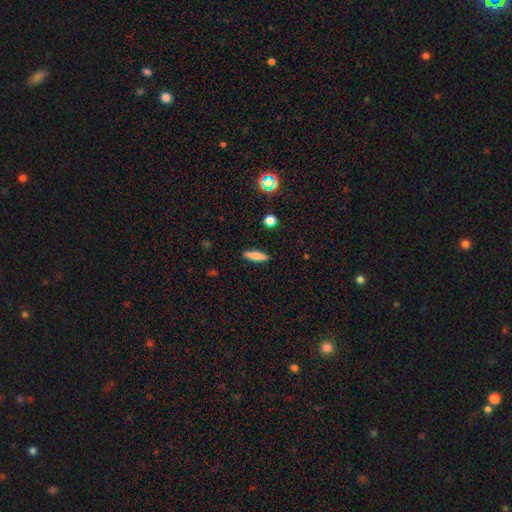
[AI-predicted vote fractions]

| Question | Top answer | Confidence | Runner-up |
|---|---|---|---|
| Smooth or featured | smooth | 78% | featured or disk (14%) |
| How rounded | cigar-shaped | 75% | in between (22%) |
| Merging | none | 90% | minor disturbance (7%) |